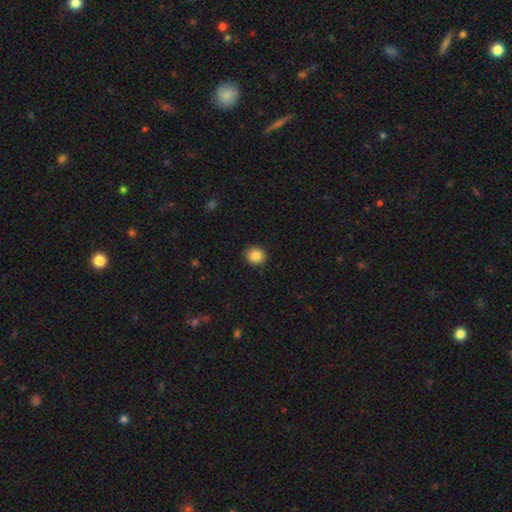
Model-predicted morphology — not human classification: Overall: smooth (85%). How rounded: round (90%). Merging: none (91%).